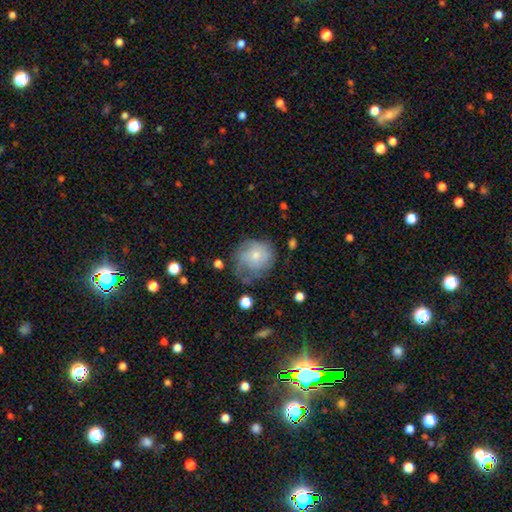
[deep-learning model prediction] smooth_or_featured: smooth (p=0.64) [alt: featured or disk p=0.27]
how_rounded: round (p=0.78) [alt: in between p=0.21]
merging: none (p=0.41) [alt: minor disturbance p=0.33]